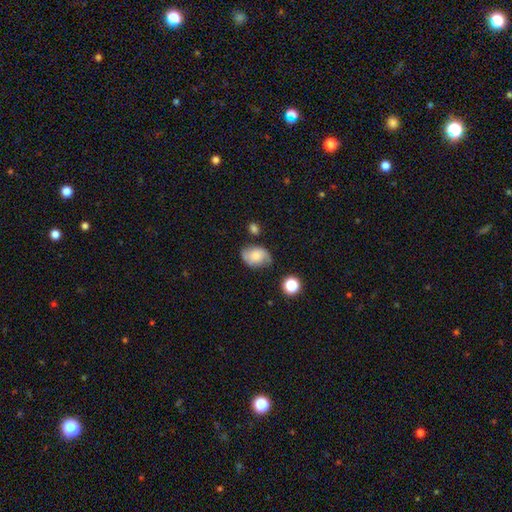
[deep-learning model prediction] Overall: smooth (61%; featured or disk 30%). How rounded: in between (74%). Merging: none (61%; minor disturbance 27%).